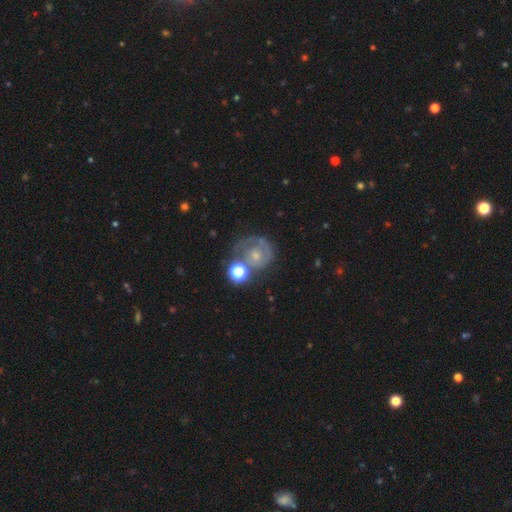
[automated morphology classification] Smooth or featured: featured or disk — 58% (smooth — 30%)
Edge-on disk: no — 98% (yes — 2%)
Bar: no — 82% (weak — 15%)
Spiral arms: yes — 67% (no — 33%)
Bulge size: small — 50% (moderate — 38%)
Merging: none — 46% (minor disturbance — 20%)